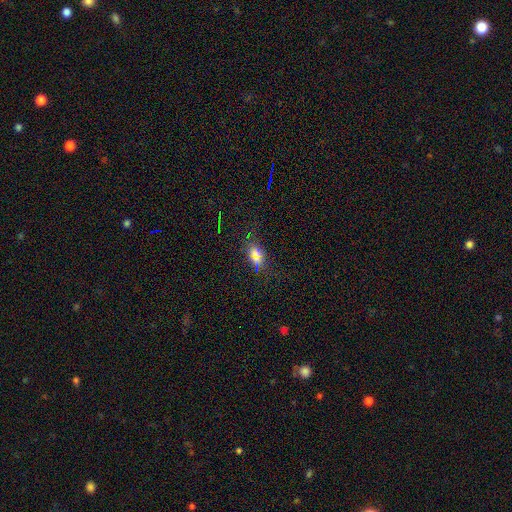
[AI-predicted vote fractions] A smooth galaxy with no disk features (60%) that is in between round and cigar-shaped (70%).

Vote fractions:
- Smooth or featured? smooth: 60% / star or artifact: 29% / featured or disk: 11%
- How rounded? in between: 70% / round: 23% / cigar-shaped: 7%
- Merging? none: 76% / minor disturbance: 13% / major disturbance: 6% / merger: 5%